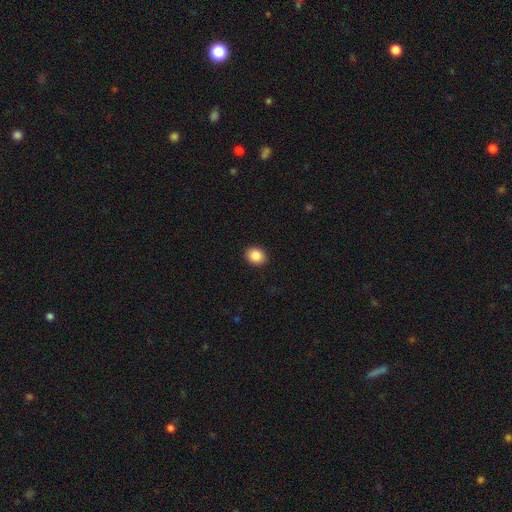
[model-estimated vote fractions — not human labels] Morphology: type=smooth (87%); roundness=round (52%); merging=none (91%).